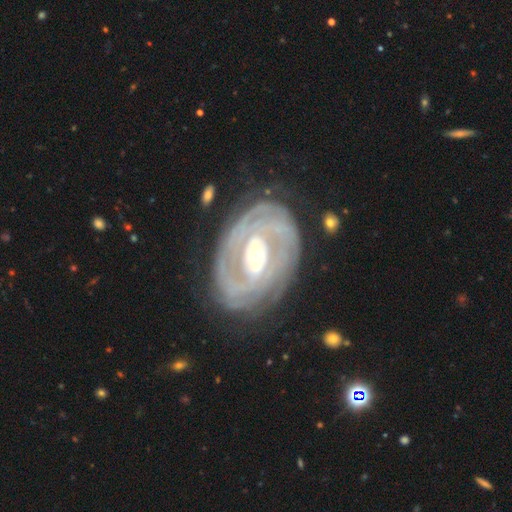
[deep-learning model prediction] This appears to be a featured or disk galaxy (89%) with a weak bar (41%), 2 (31%) tight (78%) spiral arms (95%) and a moderate central bulge (62%). Merging: none (77%).